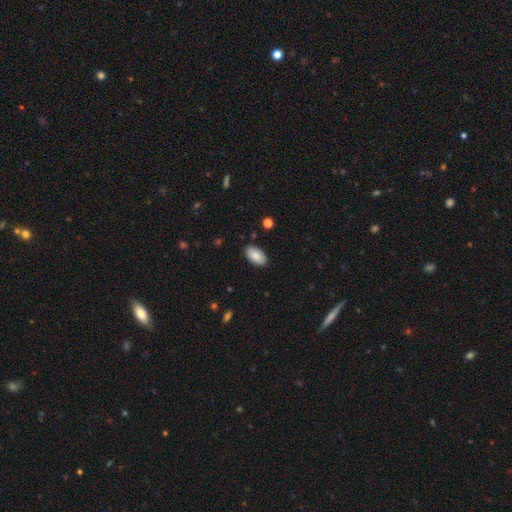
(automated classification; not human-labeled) Smooth or featured? smooth (88%)
How rounded? in between (96%)
Merging? none (88%)